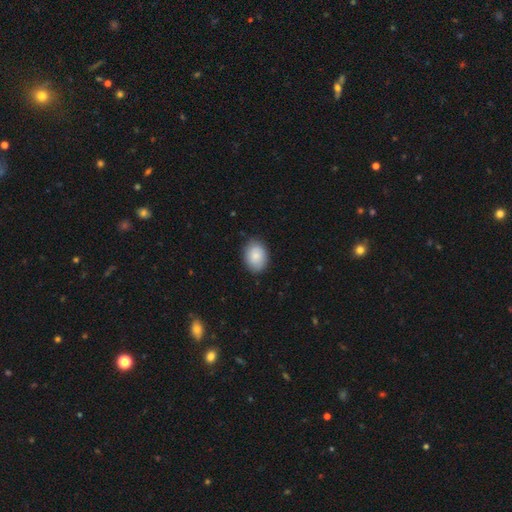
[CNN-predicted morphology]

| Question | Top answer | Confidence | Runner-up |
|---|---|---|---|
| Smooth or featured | smooth | 85% | featured or disk (8%) |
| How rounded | in between | 66% | round (33%) |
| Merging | none | 83% | minor disturbance (13%) |